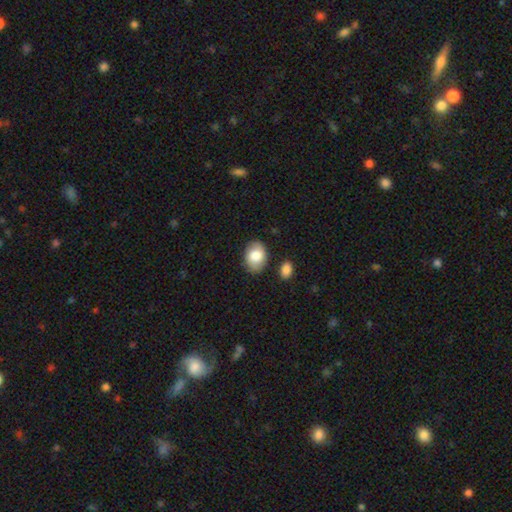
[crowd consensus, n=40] smooth_or_featured: smooth (p=0.82) [alt: featured or disk p=0.10]
how_rounded: in between (p=0.76) [alt: round p=0.21]
merging: none (p=0.78) [alt: merger p=0.11]